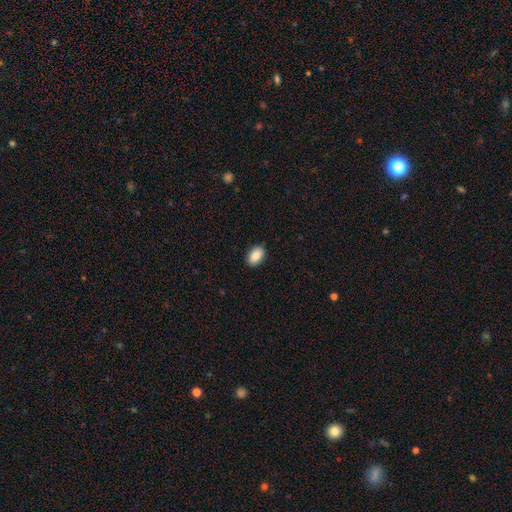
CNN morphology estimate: A smooth galaxy with no disk features (87%) that is in between round and cigar-shaped (90%).

Vote fractions:
- Smooth or featured? smooth: 87% / star or artifact: 7% / featured or disk: 5%
- How rounded? in between: 90% / round: 9% / cigar-shaped: 1%
- Merging? none: 90% / minor disturbance: 8% / major disturbance: 2% / merger: 1%